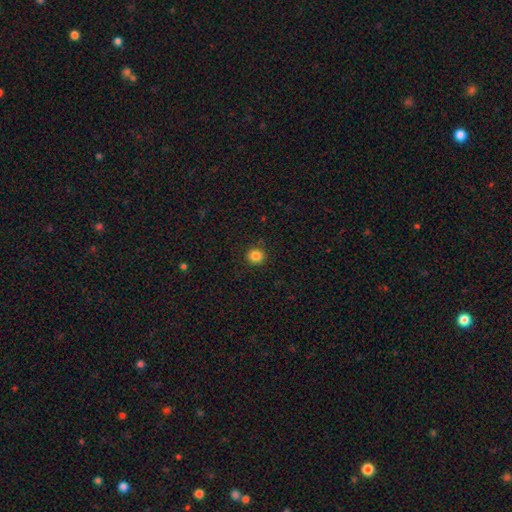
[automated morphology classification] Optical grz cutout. It shows a smooth galaxy with no disk features (85%) that is round (91%). Merging: none (90%).